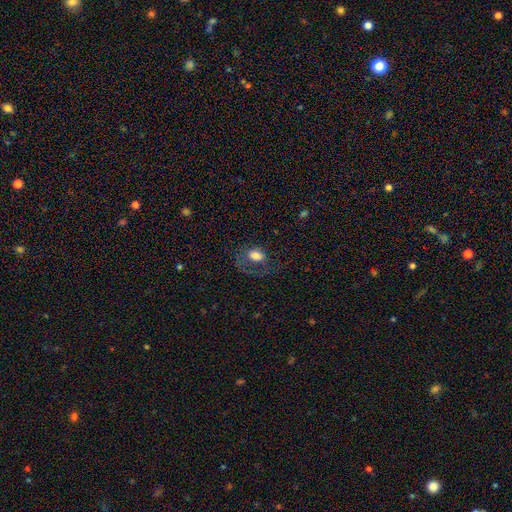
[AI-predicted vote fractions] smooth_or_featured: smooth (p=0.71) [alt: featured or disk p=0.18]
how_rounded: in between (p=0.76) [alt: round p=0.22]
merging: none (p=0.42) [alt: major disturbance p=0.35]